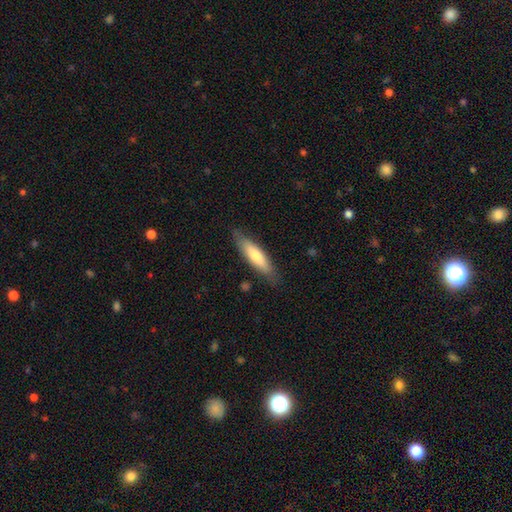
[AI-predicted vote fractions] smooth 68%, featured or disk 27%, star or artifact 6%. Down the decision tree: how rounded — cigar-shaped (71%); merging — none (84%).